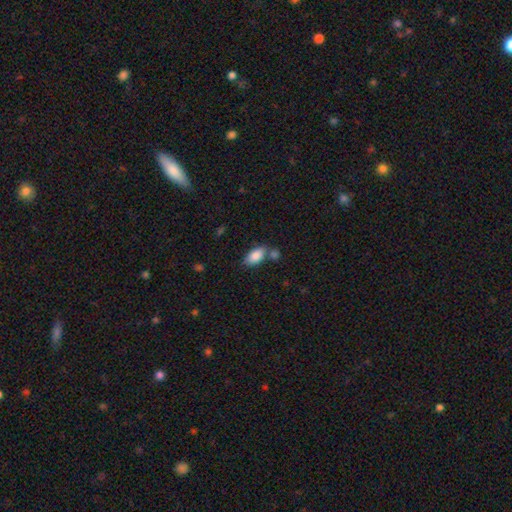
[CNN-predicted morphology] The model was most divided on "merging": none: 61%, merger: 20%, minor disturbance: 15%, major disturbance: 4%. More confident: how rounded — in between (92%); smooth or featured — smooth (86%).